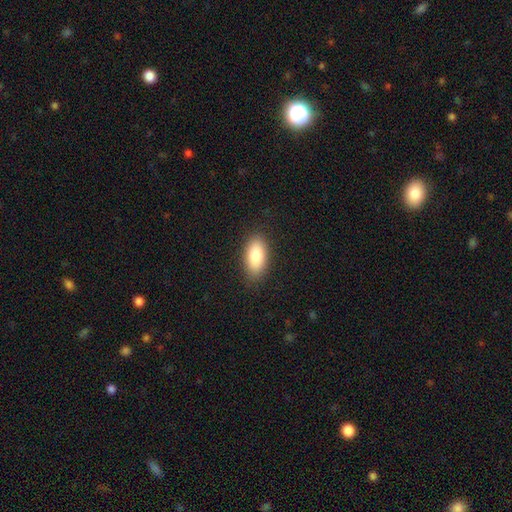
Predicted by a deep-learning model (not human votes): smooth-or-featured: smooth: 84% | featured or disk: 9% | star or artifact: 7%
  how-rounded: in between: 89% | cigar-shaped: 8% | round: 3%
  merging: none: 87% | minor disturbance: 10% | major disturbance: 2% | merger: 1%